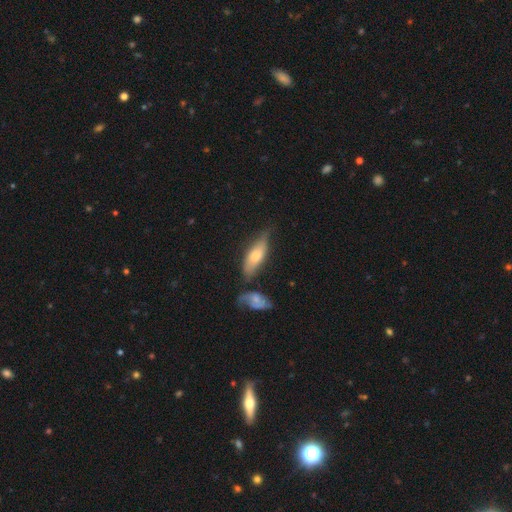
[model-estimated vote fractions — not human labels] smooth 58%, featured or disk 36%, star or artifact 6%. Down the decision tree: how rounded — in between (58%); merging — none (53%).